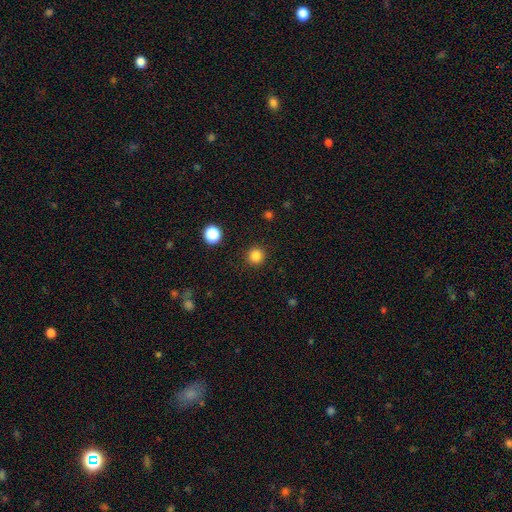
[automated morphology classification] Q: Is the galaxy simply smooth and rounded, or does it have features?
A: smooth — 84%.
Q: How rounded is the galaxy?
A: round — 95%.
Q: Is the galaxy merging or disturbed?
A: none — 91%.